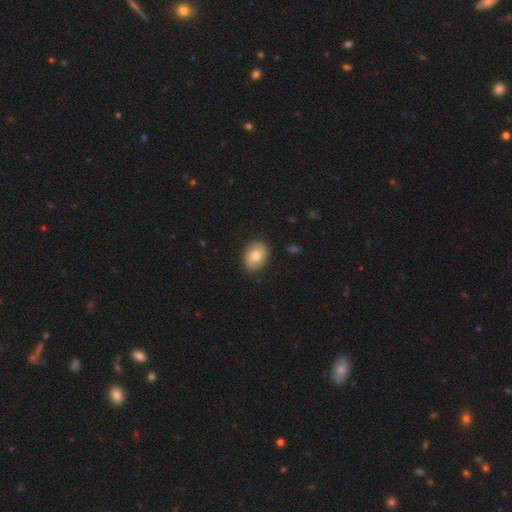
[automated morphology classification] Smooth or featured?
  - smooth: 72% *
  - featured or disk: 22%
  - star or artifact: 7%
How rounded?
  - in between: 65% *
  - round: 34%
  - cigar-shaped: 1%
Merging?
  - none: 88% *
  - minor disturbance: 9%
  - major disturbance: 2%
  - merger: 1%